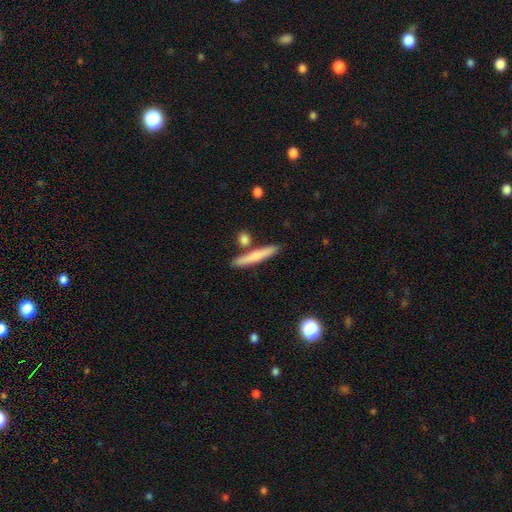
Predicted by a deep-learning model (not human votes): Smooth or featured? Predicted: smooth (p=0.68). How rounded? Predicted: cigar-shaped (p=0.92). Merging? Predicted: none (p=0.79).